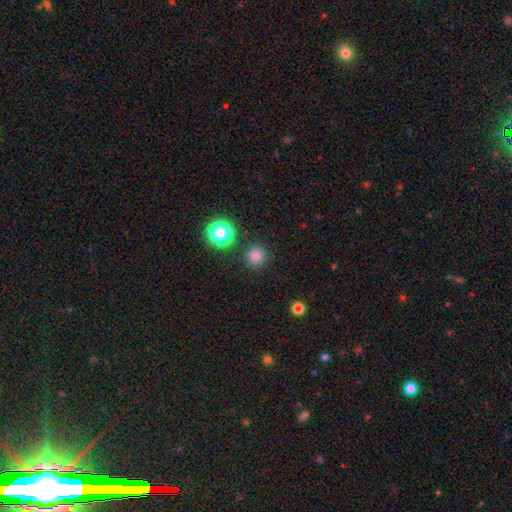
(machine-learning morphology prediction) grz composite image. It shows a smooth galaxy with no disk features (78%) that is round (93%). Merging: none (88%).